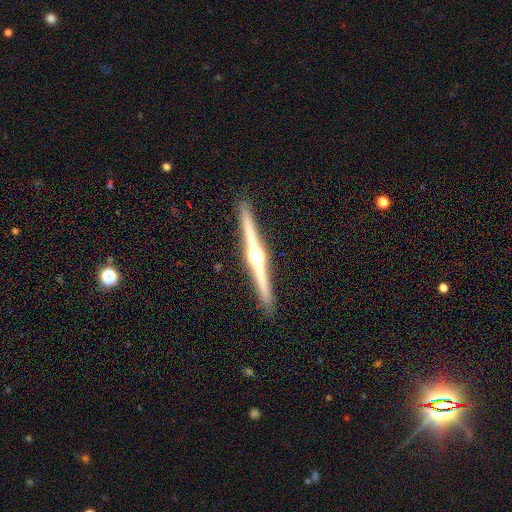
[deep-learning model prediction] A featured or disk galaxy (85%) viewed edge-on (99%) with a rounded central bulge (94%).

Vote fractions:
- Smooth or featured? featured or disk: 85% / smooth: 10% / star or artifact: 4%
- Edge-on disk? yes: 99% / no: 1%
- Edge-on bulge? rounded: 94% / boxy: 3% / none: 3%
- Merging? none: 93% / minor disturbance: 5% / major disturbance: 1% / merger: 1%